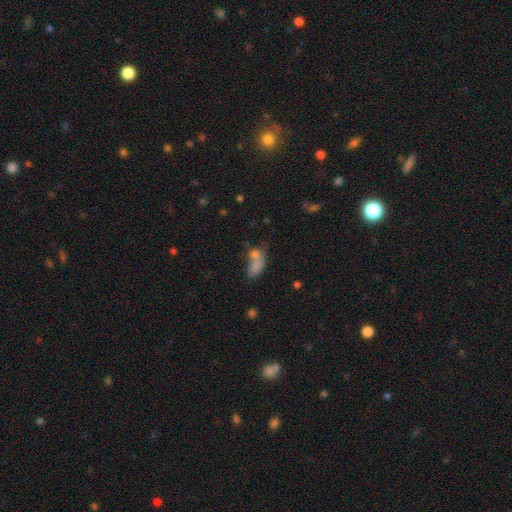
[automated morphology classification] Overall: smooth (71%). How rounded: in between (78%). Merging: merger (46%; none 28%).